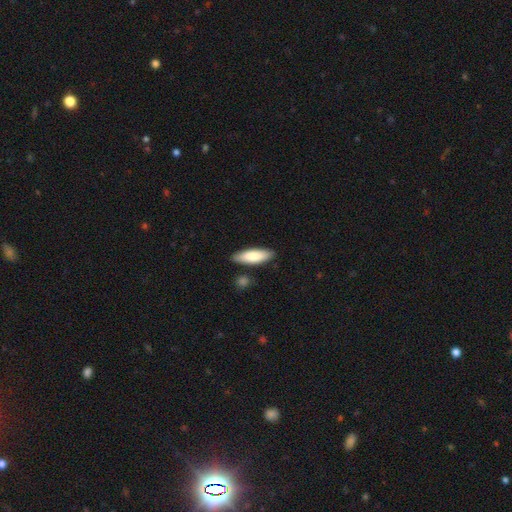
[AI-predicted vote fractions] A smooth galaxy with no disk features (80%) that is in between round and cigar-shaped (56%). Merging: none (85%).